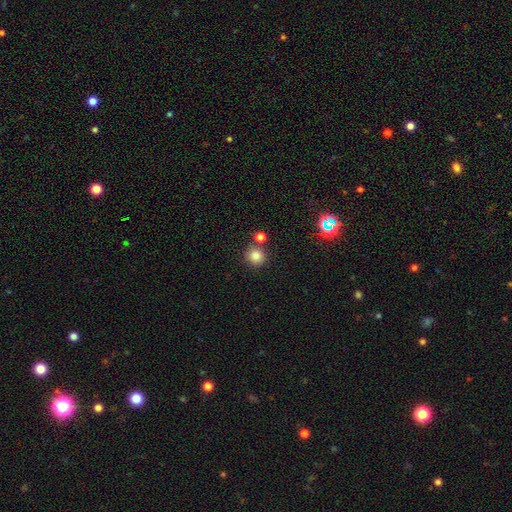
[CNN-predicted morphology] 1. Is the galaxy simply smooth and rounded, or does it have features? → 82% smooth, 13% star or artifact, 5% featured or disk.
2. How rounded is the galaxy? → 92% round, 7% in between, 1% cigar-shaped.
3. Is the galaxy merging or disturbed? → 75% none, 14% merger, 8% minor disturbance, 3% major disturbance.